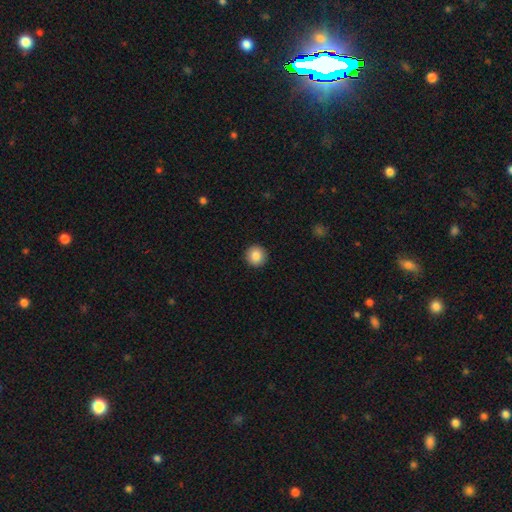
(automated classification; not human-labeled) A smooth galaxy with no disk features (87%) that is round (95%). Merging: none (93%).